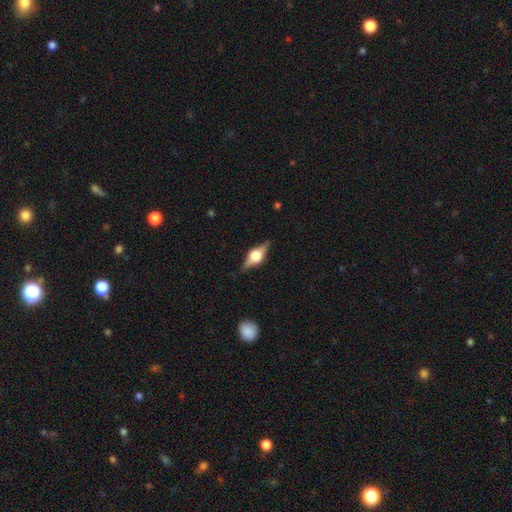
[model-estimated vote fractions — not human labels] This is likely a featured or disk galaxy (75%). It is clearly viewed edge-on (96%). Edge-on bulge: clearly rounded (93%). Merging: clearly none (86%).